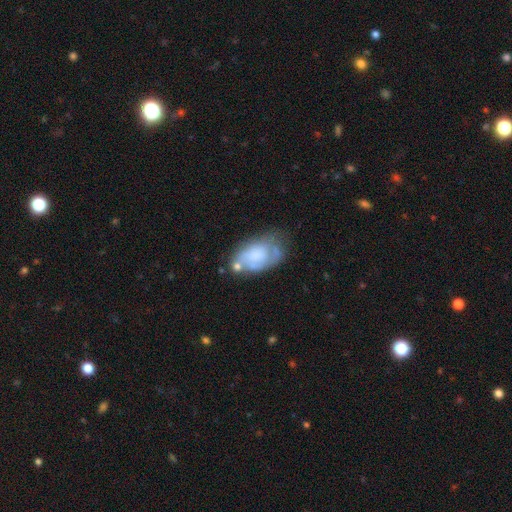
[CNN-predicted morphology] smooth-or-featured: featured or disk: 49% | smooth: 43% | star or artifact: 8%
  merging: none: 43% | minor disturbance: 29% | major disturbance: 15% | merger: 12%